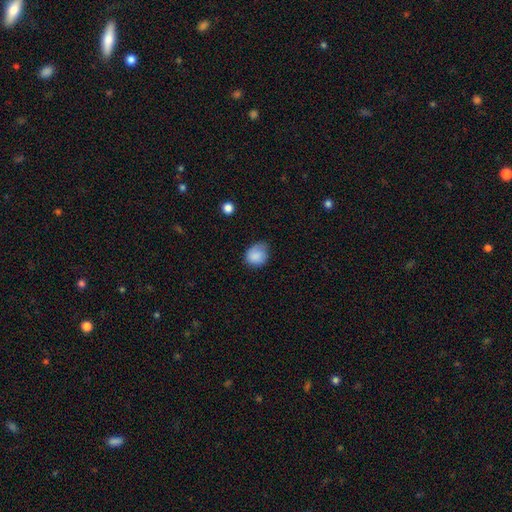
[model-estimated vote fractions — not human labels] Smooth or featured? Predicted: smooth (p=0.84). How rounded? Predicted: round (p=0.61). Merging? Predicted: none (p=0.53).